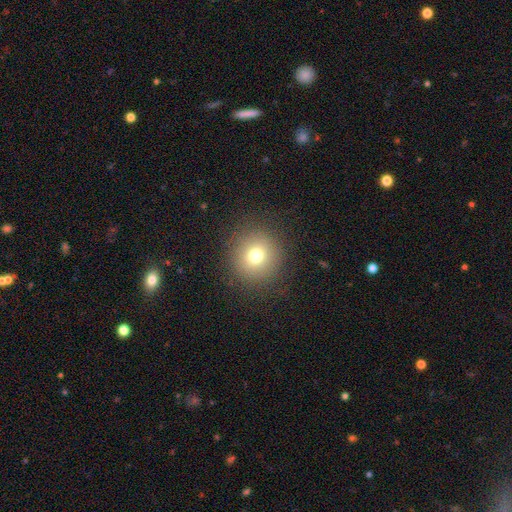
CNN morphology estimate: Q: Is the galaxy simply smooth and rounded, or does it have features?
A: smooth — 74%.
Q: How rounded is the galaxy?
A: round — 91%.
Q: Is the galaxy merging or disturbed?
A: none — 89%.